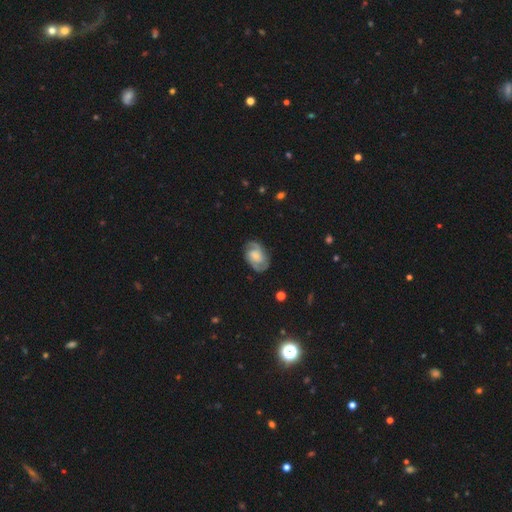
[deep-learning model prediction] Smooth or featured?
  - featured or disk: 77% *
  - smooth: 17%
  - star or artifact: 6%
Edge-on disk?
  - no: 97% *
  - yes: 3%
Bar?
  - no: 54% *
  - weak: 39%
  - strong: 8%
Spiral arms?
  - yes: 95% *
  - no: 5%
Spiral winding?
  - medium: 47% *
  - tight: 40%
  - loose: 13%
Spiral arm count?
  - 2: 78% *
  - can't tell: 9%
  - 3: 7%
  - 1: 3%
  - 4: 2%
  - more than 4: 2%
Bulge size?
  - moderate: 35% * (tied)
  - small: 35% * (tied)
  - none: 16%
  - large: 11%
  - dominant: 2%
Merging?
  - none: 78% *
  - minor disturbance: 16%
  - major disturbance: 5%
  - merger: 1%